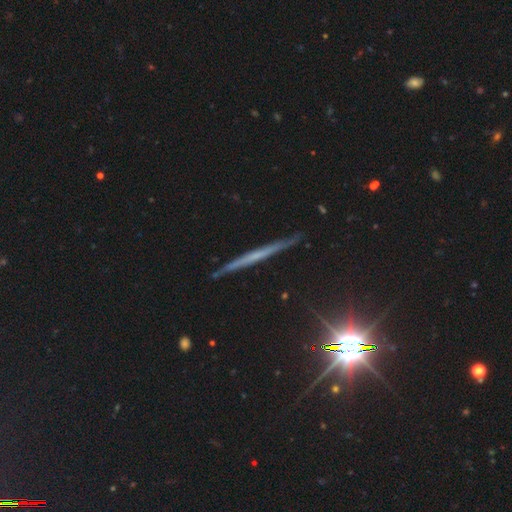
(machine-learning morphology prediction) Smooth or featured?
  - featured or disk: 60% *
  - smooth: 26%
  - star or artifact: 14%
Edge-on disk?
  - yes: 97% *
  - no: 3%
Edge-on bulge?
  - none: 80% *
  - rounded: 13%
  - boxy: 7%
Merging?
  - none: 89% *
  - minor disturbance: 9%
  - major disturbance: 2%
  - merger: 1%